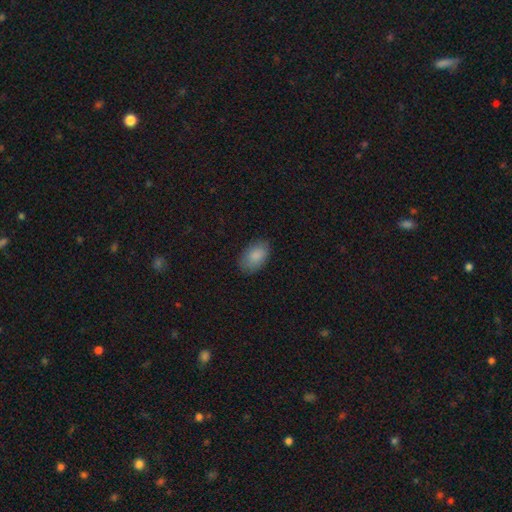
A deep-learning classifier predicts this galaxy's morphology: Smooth or featured?
  - smooth: 87% *
  - star or artifact: 7%
  - featured or disk: 6%
How rounded?
  - in between: 93% *
  - round: 6%
  - cigar-shaped: 1%
Merging?
  - none: 83% *
  - minor disturbance: 13%
  - major disturbance: 3%
  - merger: 1%